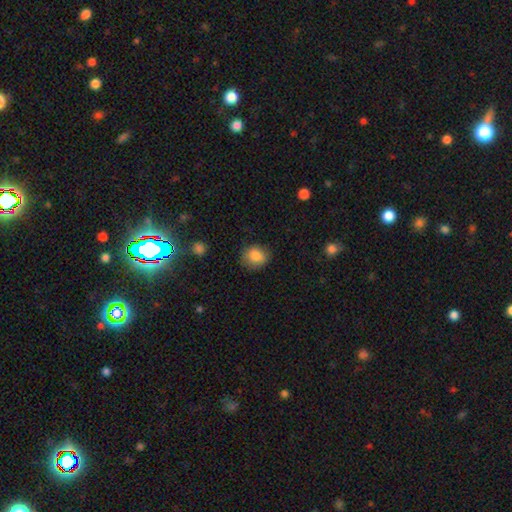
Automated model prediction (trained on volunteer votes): The model was most divided on "how rounded": round: 70%, in between: 29%, cigar-shaped: 1%. More confident: smooth or featured — smooth (85%); merging — none (80%).